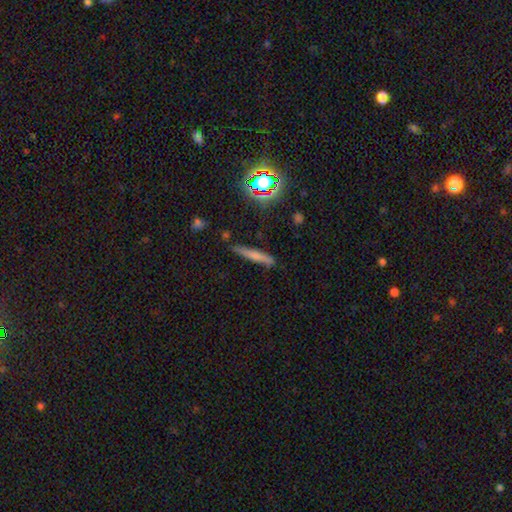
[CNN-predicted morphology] Overall: smooth (59%; featured or disk 27%). How rounded: cigar-shaped (91%). Merging: none (77%).